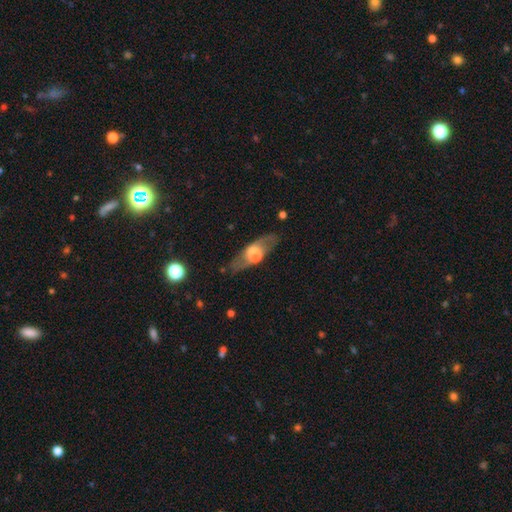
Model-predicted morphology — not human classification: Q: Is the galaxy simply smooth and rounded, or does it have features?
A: featured or disk — 58%.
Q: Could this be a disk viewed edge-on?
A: no — 58%.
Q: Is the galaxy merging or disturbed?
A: none — 77%.